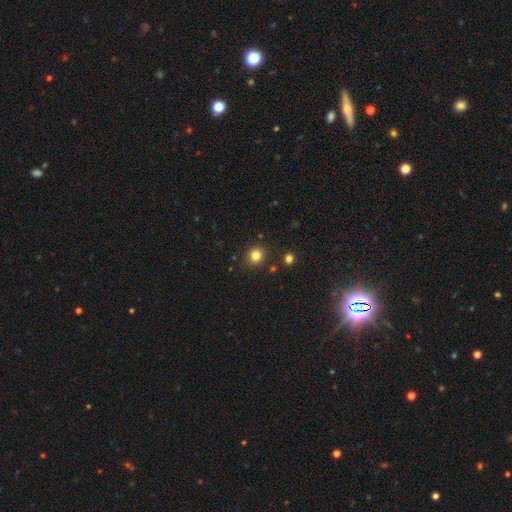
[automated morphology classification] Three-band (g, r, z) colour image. It shows a smooth galaxy with no disk features (82%) that is round (85%). Merging: none (89%).